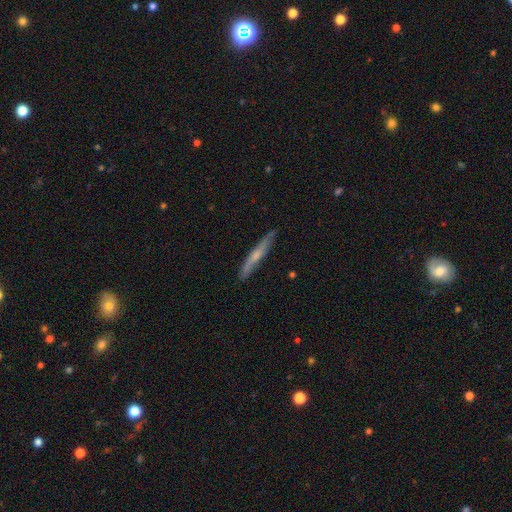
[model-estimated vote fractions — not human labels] Smooth or featured: featured or disk — 51% (smooth — 43%)
Edge-on disk: yes — 90% (no — 10%)
Merging: none — 84% (minor disturbance — 12%)